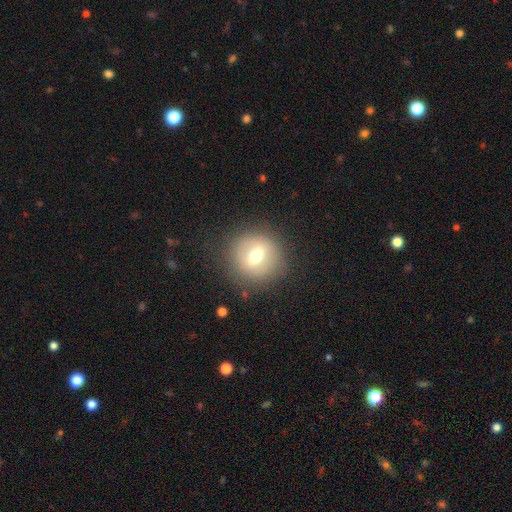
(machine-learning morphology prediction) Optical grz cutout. It shows a smooth galaxy with no disk features (57%) that is round (91%). Merging: none (86%).